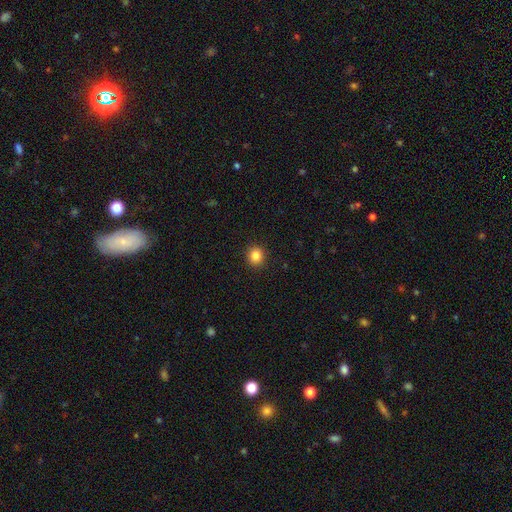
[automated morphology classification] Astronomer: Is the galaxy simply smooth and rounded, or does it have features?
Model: smooth — 85%.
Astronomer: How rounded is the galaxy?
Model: round — 88%.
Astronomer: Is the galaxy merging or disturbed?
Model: none — 92%.